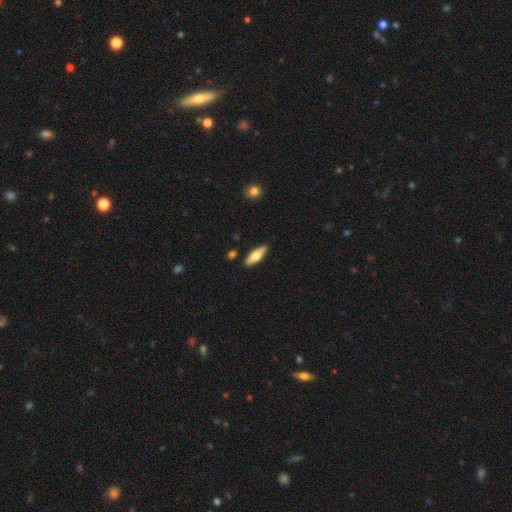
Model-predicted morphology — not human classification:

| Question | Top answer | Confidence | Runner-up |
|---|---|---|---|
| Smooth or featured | smooth | 58% | featured or disk (37%) |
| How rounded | in between | 53% | cigar-shaped (45%) |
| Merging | none | 89% | minor disturbance (8%) |